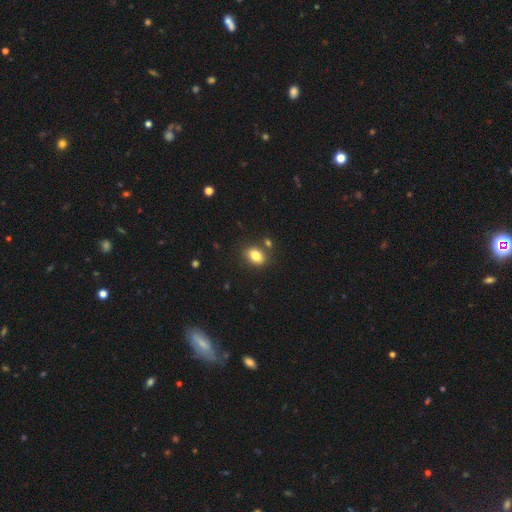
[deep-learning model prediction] Smooth or featured? smooth (83%)
How rounded? in between (74%)
Merging? none (77%)